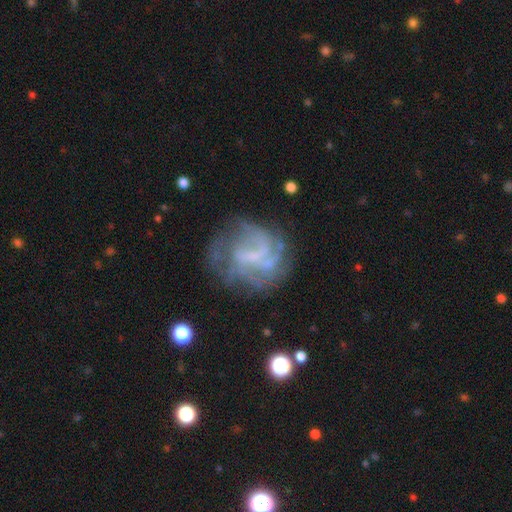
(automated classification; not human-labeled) A featured or disk galaxy (70%) with no bar (46%), spiral arms (67%) and no central bulge (58%).

Vote fractions:
- Smooth or featured? featured or disk: 70% / smooth: 18% / star or artifact: 12%
- Edge-on disk? no: 98% / yes: 2%
- Bar? no: 46% / weak: 41% / strong: 13%
- Spiral arms? yes: 67% / no: 33%
- Bulge size? none: 58% / small: 26% / moderate: 13% / large: 2% / dominant: 1%
- Merging? none: 57% / major disturbance: 21% / minor disturbance: 19% / merger: 3%